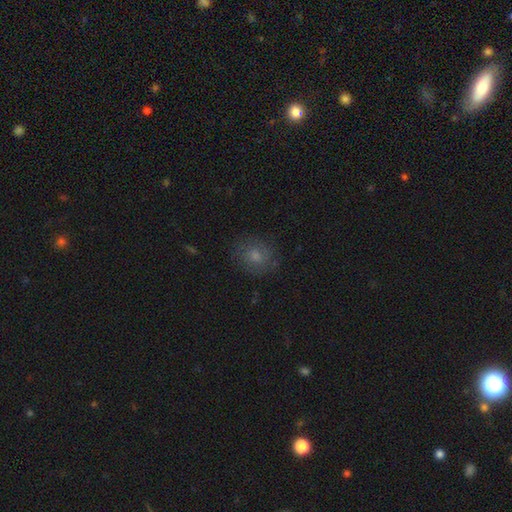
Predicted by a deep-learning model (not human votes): A smooth galaxy with no disk features (56%) that is round (72%). Merging: none (77%).